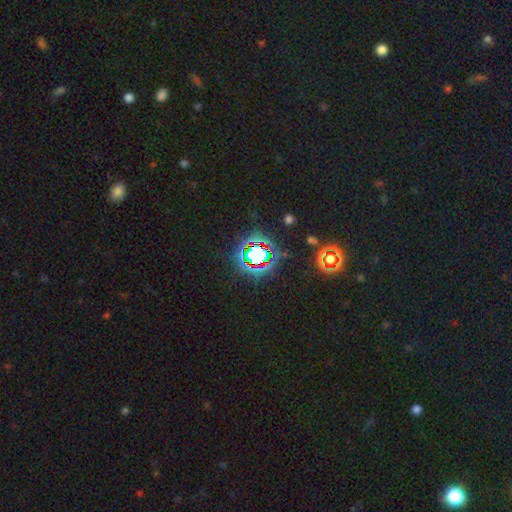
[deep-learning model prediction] Smooth or featured?
  - star or artifact: 72% *
  - smooth: 17%
  - featured or disk: 11%